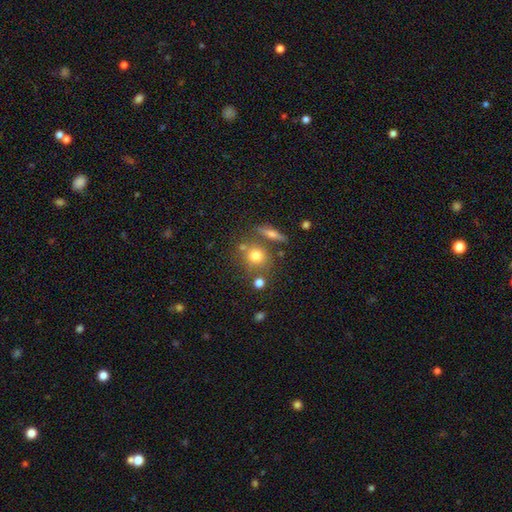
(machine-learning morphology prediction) smooth-or-featured: smooth: 72% | featured or disk: 15% | star or artifact: 13%
  how-rounded: round: 81% | in between: 17% | cigar-shaped: 3%
  merging: none: 66% | merger: 17% | minor disturbance: 12% | major disturbance: 5%